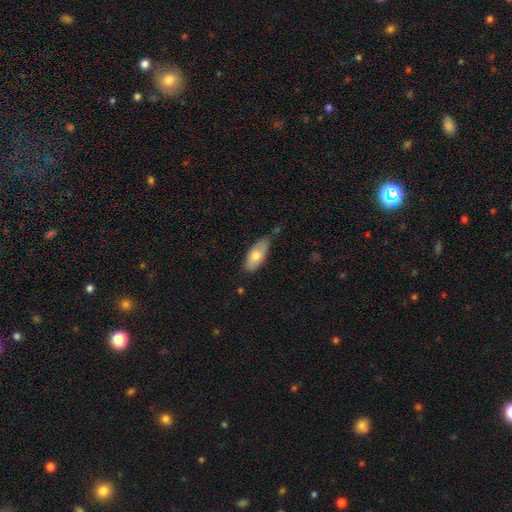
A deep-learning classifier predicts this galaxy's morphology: type=smooth (72%); roundness=in between (81%); merging=none (67%).